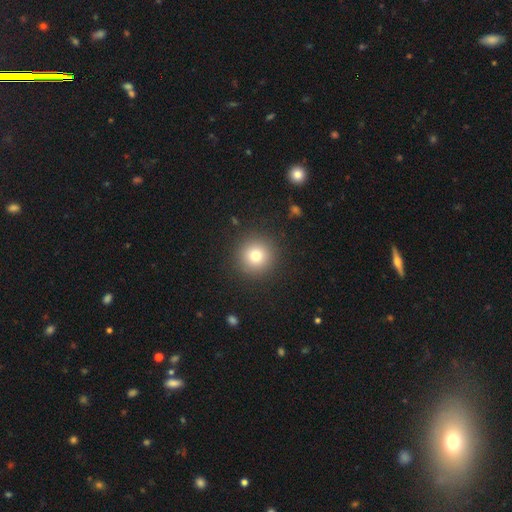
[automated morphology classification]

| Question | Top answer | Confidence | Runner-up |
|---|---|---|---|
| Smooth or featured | smooth | 77% | star or artifact (13%) |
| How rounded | round | 95% | in between (4%) |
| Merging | none | 91% | minor disturbance (6%) |